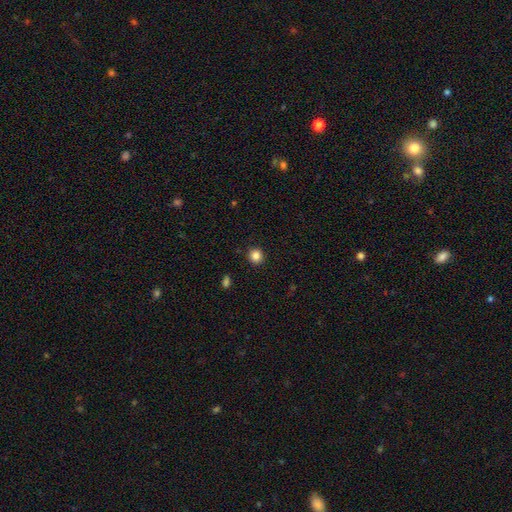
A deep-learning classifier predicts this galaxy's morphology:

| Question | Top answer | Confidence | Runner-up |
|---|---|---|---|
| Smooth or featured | smooth | 85% | star or artifact (11%) |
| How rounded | round | 92% | in between (7%) |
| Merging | none | 92% | minor disturbance (5%) |